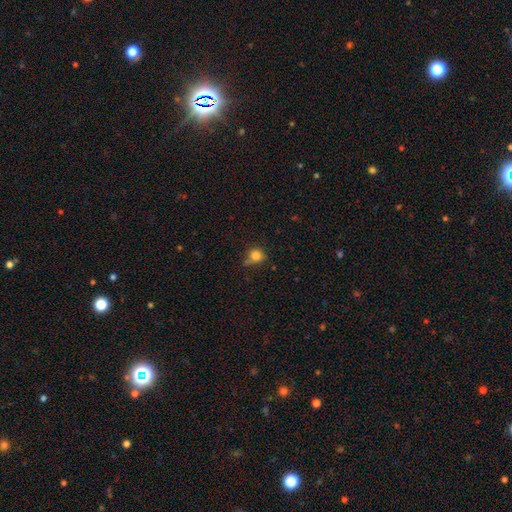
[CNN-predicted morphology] This appears to be a smooth galaxy with no disk features (81%) that is round (80%). Merging: none (54%).